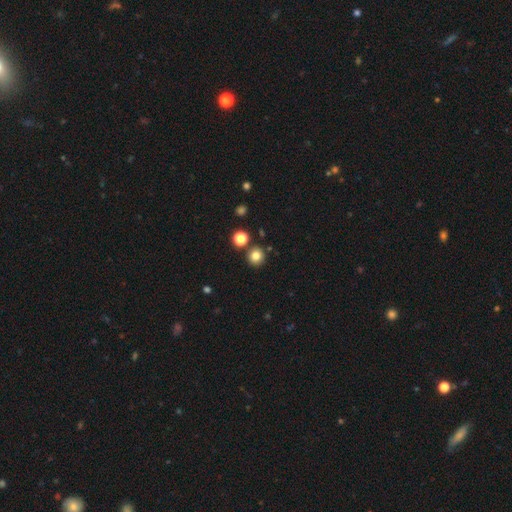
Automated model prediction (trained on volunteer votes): The model was most divided on "smooth or featured": smooth: 80%, star or artifact: 13%, featured or disk: 6%. More confident: how rounded — round (92%); merging — none (84%).